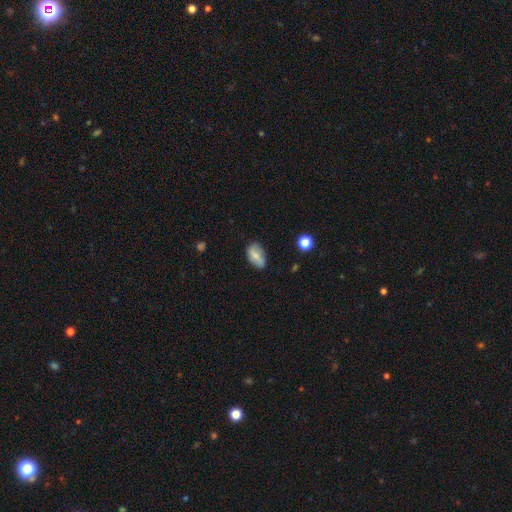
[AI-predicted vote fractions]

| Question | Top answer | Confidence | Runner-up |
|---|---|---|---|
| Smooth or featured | smooth | 67% | featured or disk (25%) |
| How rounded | in between | 91% | round (6%) |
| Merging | none | 69% | minor disturbance (24%) |